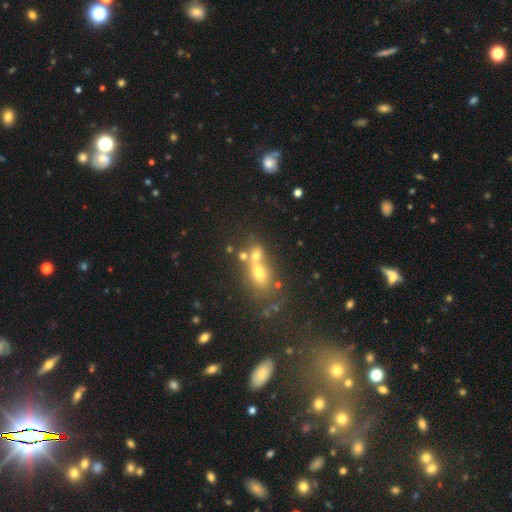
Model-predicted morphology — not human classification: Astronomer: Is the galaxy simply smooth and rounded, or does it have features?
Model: smooth — 57%.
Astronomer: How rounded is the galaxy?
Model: in between — 51% (runner-up: round, 46%).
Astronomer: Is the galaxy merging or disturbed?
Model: merger — 56%.